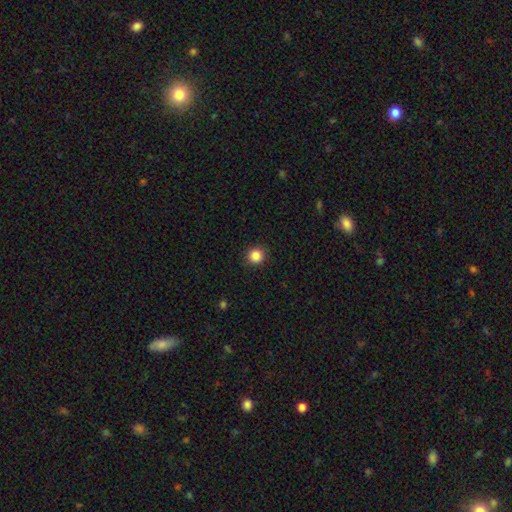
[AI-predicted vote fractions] Smooth or featured? Predicted: smooth (p=0.86). How rounded? Predicted: round (p=0.92). Merging? Predicted: none (p=0.91).